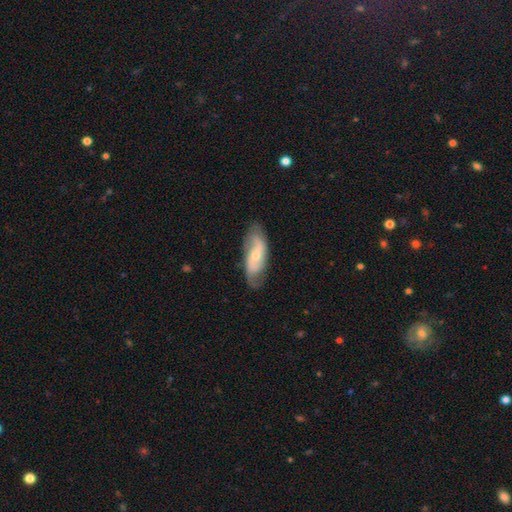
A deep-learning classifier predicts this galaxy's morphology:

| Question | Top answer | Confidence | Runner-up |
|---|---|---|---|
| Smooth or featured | featured or disk | 68% | smooth (26%) |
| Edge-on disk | no | 89% | yes (11%) |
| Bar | no | 50% | weak (37%) |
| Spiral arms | yes | 89% | no (11%) |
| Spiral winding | loose | 41% | medium (40%) |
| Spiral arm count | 2 | 78% | can't tell (13%) |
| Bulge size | small | 60% | moderate (35%) |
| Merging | none | 74% | minor disturbance (19%) |